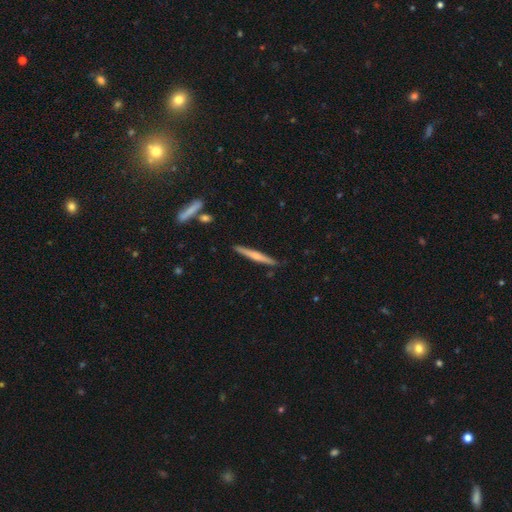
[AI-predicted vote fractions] A featured or disk galaxy (49%).

Vote fractions:
- Smooth or featured? featured or disk: 49% / smooth: 46% / star or artifact: 5%
- Merging? none: 89% / minor disturbance: 8% / merger: 2% / major disturbance: 1%